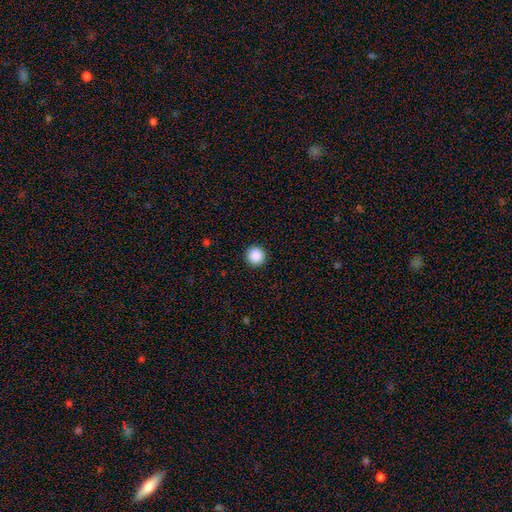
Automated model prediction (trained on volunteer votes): A smooth galaxy with no disk features (88%) that is round (96%). Merging: none (93%).